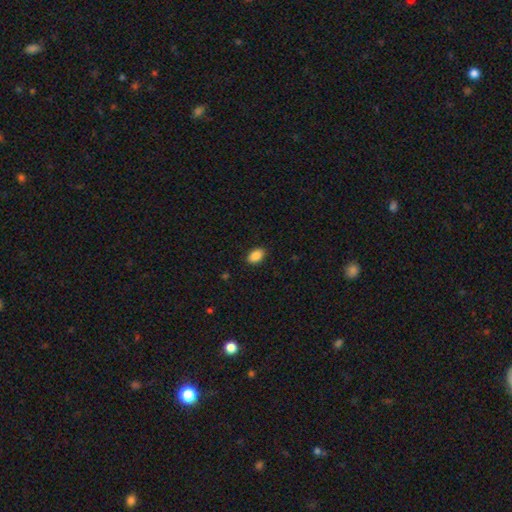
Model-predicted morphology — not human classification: A smooth galaxy with no disk features (88%) that is in between round and cigar-shaped (90%).

Vote fractions:
- Smooth or featured? smooth: 88% / star or artifact: 8% / featured or disk: 4%
- How rounded? in between: 90% / round: 9% / cigar-shaped: 2%
- Merging? none: 89% / minor disturbance: 8% / major disturbance: 2% / merger: 1%